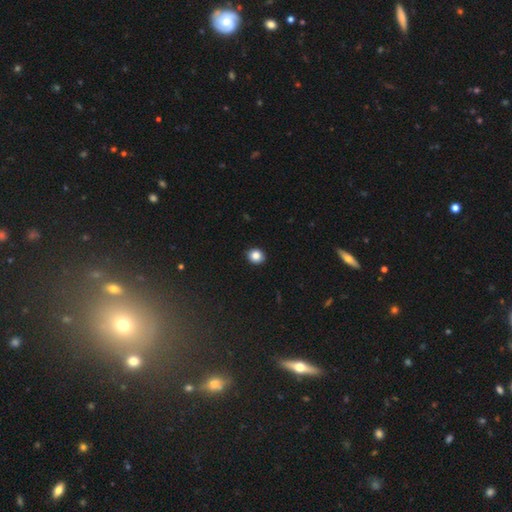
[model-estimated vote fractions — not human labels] Overall: smooth (84%). How rounded: round (80%). Merging: none (90%).